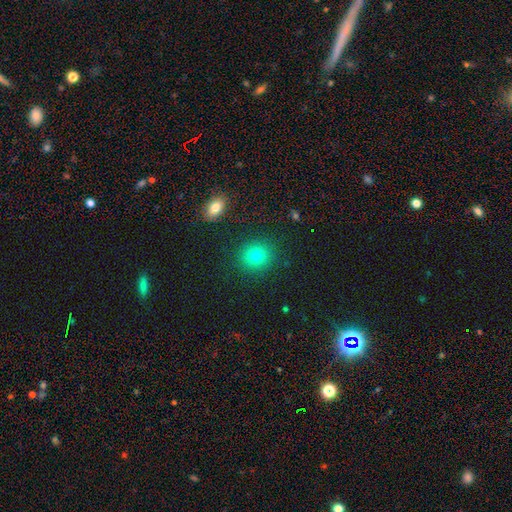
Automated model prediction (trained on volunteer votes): A smooth galaxy with no disk features (79%) that is round (84%). Merging: none (89%).